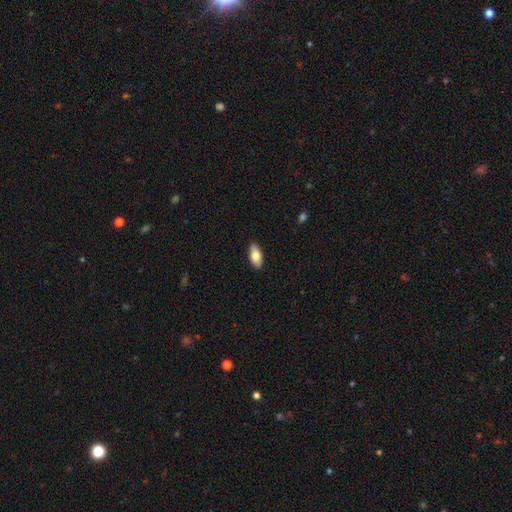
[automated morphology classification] Smooth or featured? smooth (78%)
How rounded? in between (89%)
Merging? none (89%)